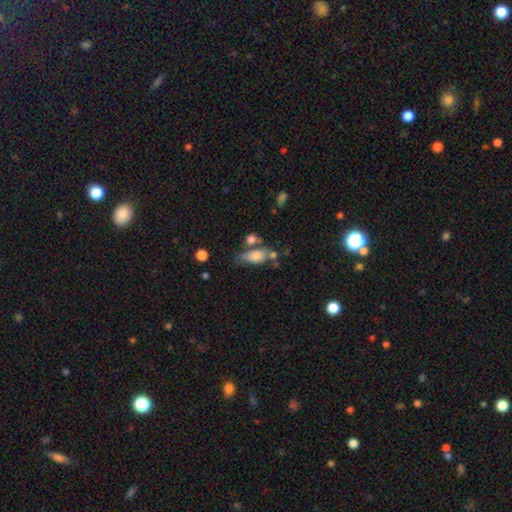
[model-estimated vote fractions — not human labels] This is likely a smooth galaxy (78%). How rounded: clearly in between (83%). Merging: marginally none (41%).